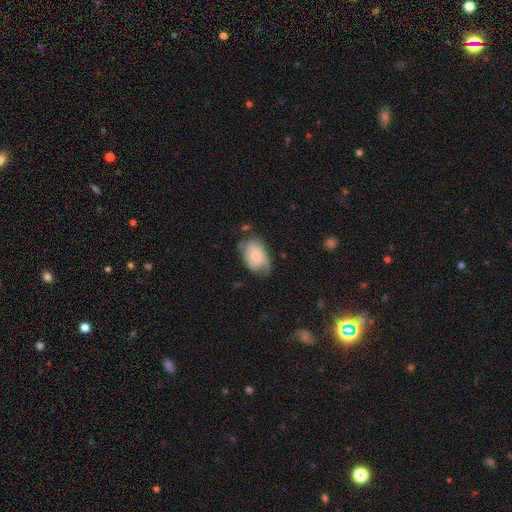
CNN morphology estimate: Q: Smooth or featured?
A: featured or disk (55%); runner-up: smooth (38%)
Q: Edge-on disk?
A: no (96%); runner-up: yes (4%)
Q: Bar?
A: no (69%); runner-up: weak (26%)
Q: Spiral arms?
A: yes (84%); runner-up: no (16%)
Q: Bulge size?
A: small (52%); runner-up: moderate (34%)
Q: Merging?
A: none (48%); runner-up: minor disturbance (31%)